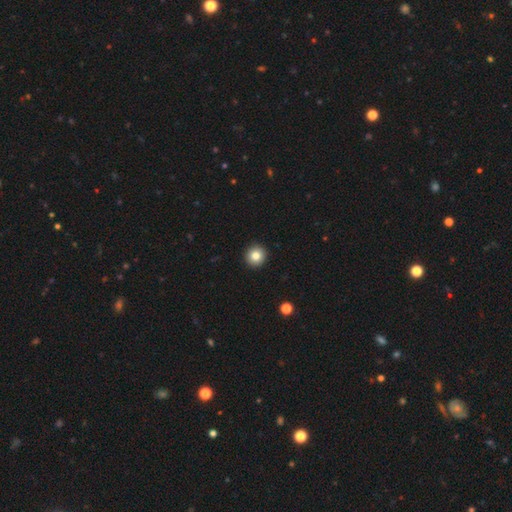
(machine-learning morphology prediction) smooth-or-featured: smooth: 83% | star or artifact: 10% | featured or disk: 7%
  how-rounded: round: 95% | in between: 4% | cigar-shaped: 1%
  merging: none: 94% | minor disturbance: 4% | major disturbance: 1% | merger: 1%